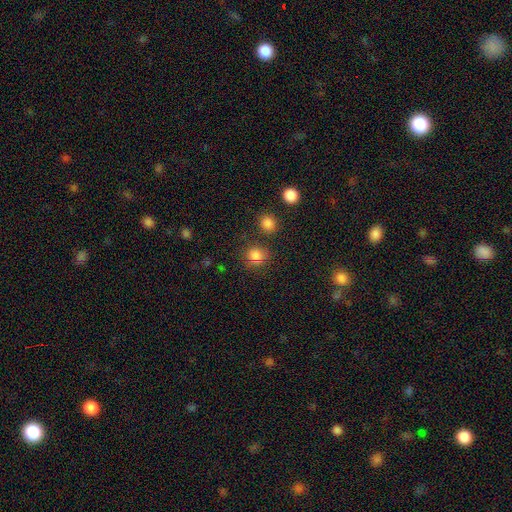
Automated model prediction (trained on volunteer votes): Q: Smooth or featured?
A: smooth (78%); runner-up: star or artifact (17%)
Q: How rounded?
A: round (78%); runner-up: in between (21%)
Q: Merging?
A: none (73%); runner-up: minor disturbance (14%)